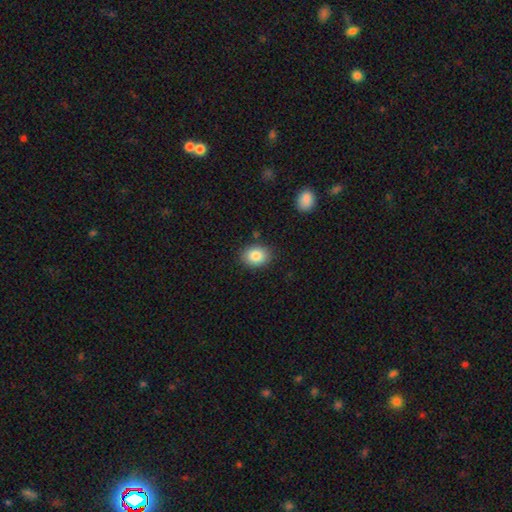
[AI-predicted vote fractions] smooth-or-featured: smooth: 85% | star or artifact: 8% | featured or disk: 7%
  how-rounded: in between: 63% | round: 36% | cigar-shaped: 1%
  merging: none: 85% | minor disturbance: 10% | major disturbance: 3% | merger: 2%